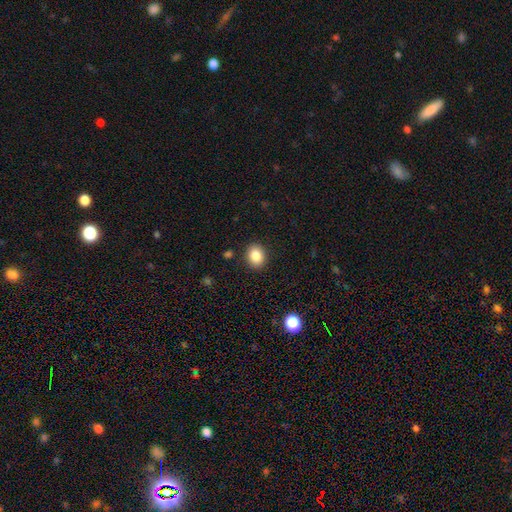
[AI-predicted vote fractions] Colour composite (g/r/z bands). It shows a smooth galaxy with no disk features (85%) that is round (54%). Merging: none (89%).